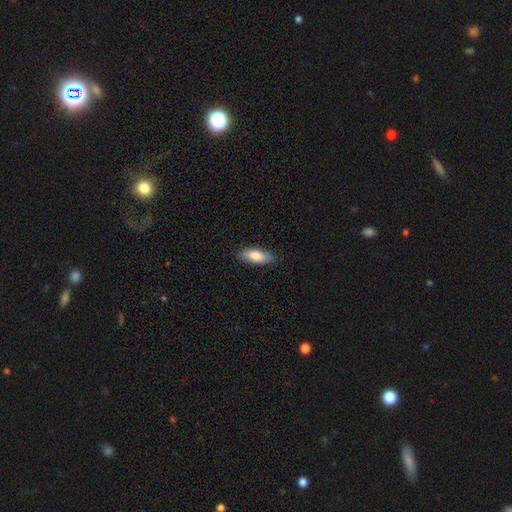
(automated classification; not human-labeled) A smooth galaxy with no disk features (79%) that is in between round and cigar-shaped (75%). Merging: none (86%).